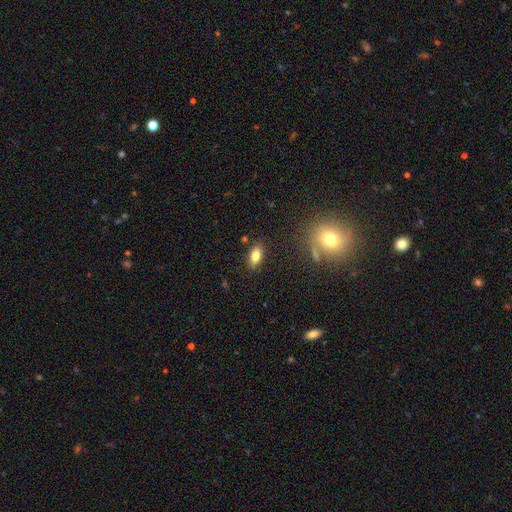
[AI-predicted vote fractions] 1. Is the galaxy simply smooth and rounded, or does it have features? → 80% smooth, 11% featured or disk, 9% star or artifact.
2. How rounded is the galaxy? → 88% in between, 8% cigar-shaped, 5% round.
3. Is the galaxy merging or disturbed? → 85% none, 10% minor disturbance, 3% major disturbance, 2% merger.